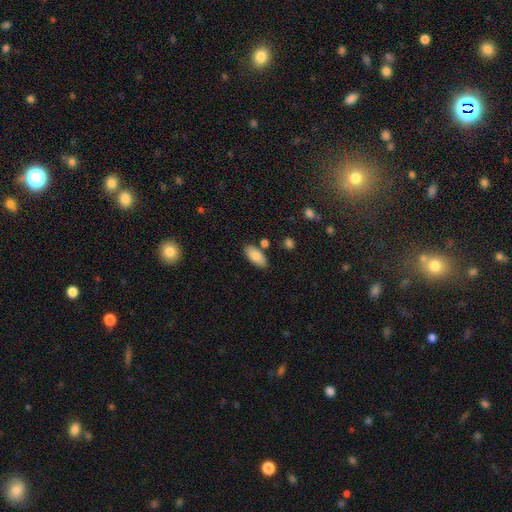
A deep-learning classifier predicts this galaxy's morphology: type=smooth (85%); roundness=in between (90%); merging=none (81%).